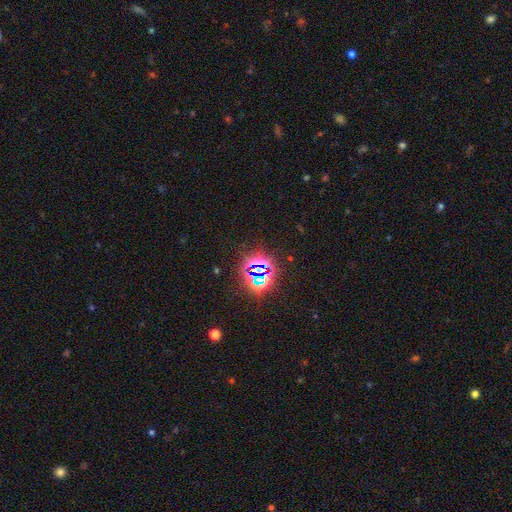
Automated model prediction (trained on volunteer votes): This appears to be a star or artifact, not a galaxy (80%).